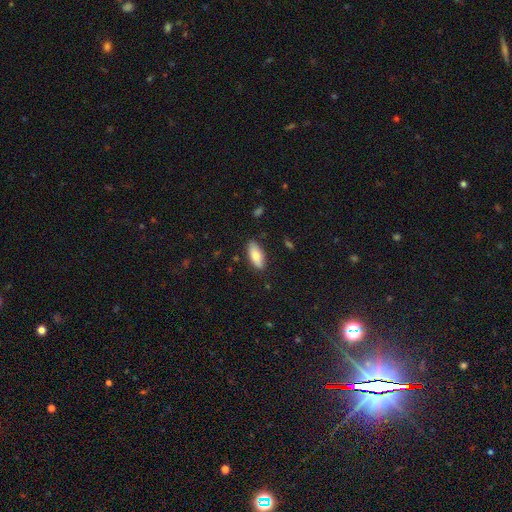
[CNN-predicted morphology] Smooth or featured: smooth — 78% (featured or disk — 15%)
How rounded: in between — 82% (cigar-shaped — 16%)
Merging: none — 86% (minor disturbance — 11%)